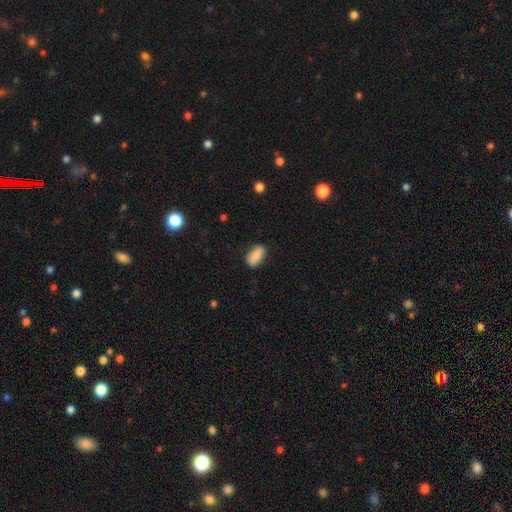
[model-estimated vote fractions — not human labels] Smooth or featured? Predicted: smooth (p=0.87). How rounded? Predicted: in between (p=0.90). Merging? Predicted: none (p=0.84).